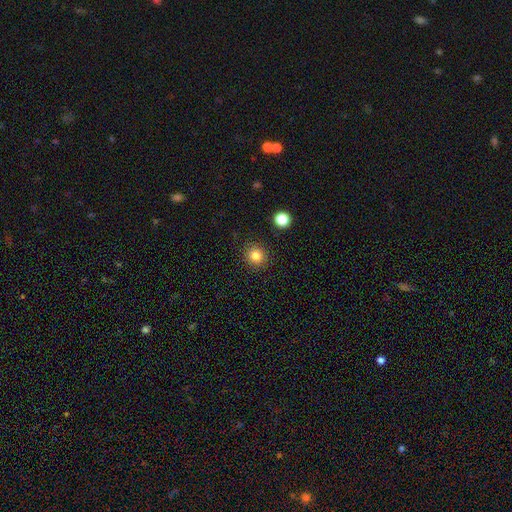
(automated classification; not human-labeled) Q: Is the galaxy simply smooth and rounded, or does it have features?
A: smooth — 83%.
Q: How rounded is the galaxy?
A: round — 91%.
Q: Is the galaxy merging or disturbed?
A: none — 90%.